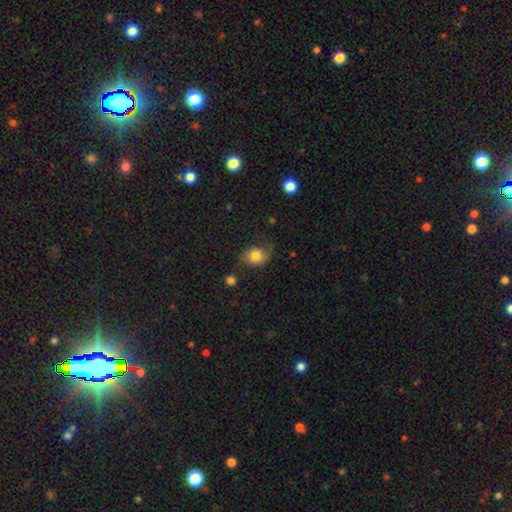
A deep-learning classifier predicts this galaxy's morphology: Smooth or featured? Predicted: smooth (p=0.66). How rounded? Predicted: in between (p=0.61). Merging? Predicted: none (p=0.57).